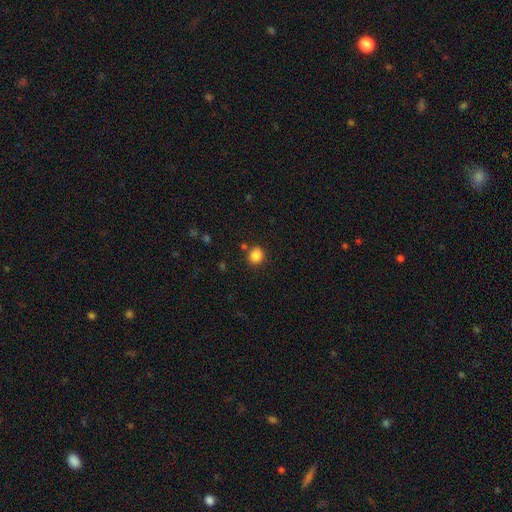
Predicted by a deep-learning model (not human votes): smooth_or_featured: smooth (p=0.85) [alt: star or artifact p=0.11]
how_rounded: round (p=0.73) [alt: in between p=0.26]
merging: none (p=0.79) [alt: minor disturbance p=0.12]